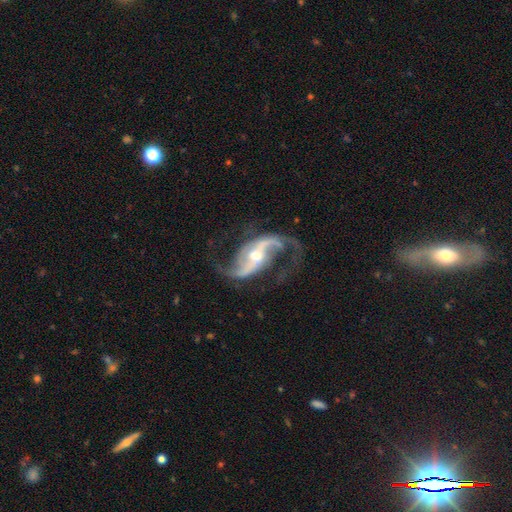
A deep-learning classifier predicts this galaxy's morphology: Smooth or featured? featured or disk (93%)
Edge-on disk? no (97%)
Bar? strong (41%)
Spiral arms? yes (98%)
Spiral winding? loose (66%)
Spiral arm count? 2 (93%)
Bulge size? moderate (61%)
Merging? none (73%)